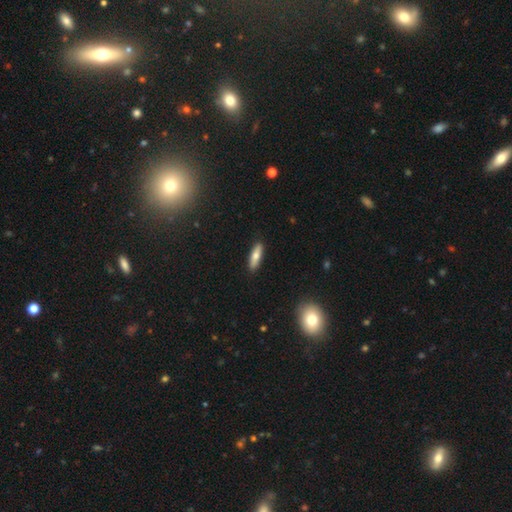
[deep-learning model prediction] Smooth or featured? smooth (70%)
How rounded? cigar-shaped (59%)
Merging? none (89%)